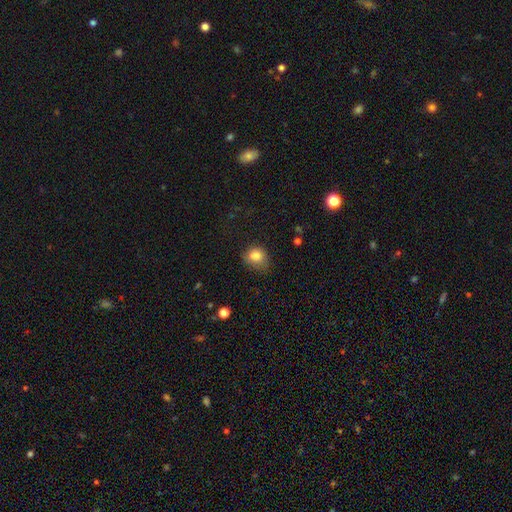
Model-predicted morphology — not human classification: smooth_or_featured: smooth (p=0.83) [alt: star or artifact p=0.09]
how_rounded: round (p=0.62) [alt: in between p=0.37]
merging: none (p=0.53) [alt: minor disturbance p=0.32]